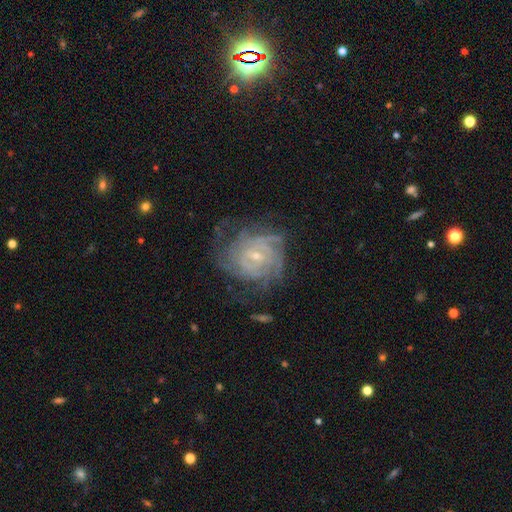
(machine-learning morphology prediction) type=featured or disk (83%); edge-on=no (97%); bar=no (49%); spiral arms=yes (94%); winding=tight (70%); arm count=can't tell (40%); bulge=small (74%); merging=none (63%).